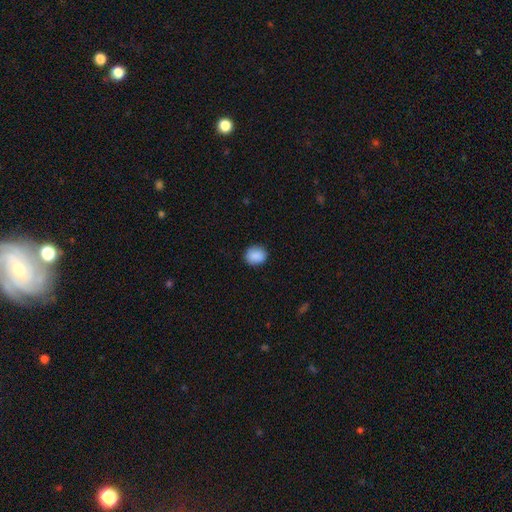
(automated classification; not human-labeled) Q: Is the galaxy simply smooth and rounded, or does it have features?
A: smooth — 90%.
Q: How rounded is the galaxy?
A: round — 70%.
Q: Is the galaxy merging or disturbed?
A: none — 89%.